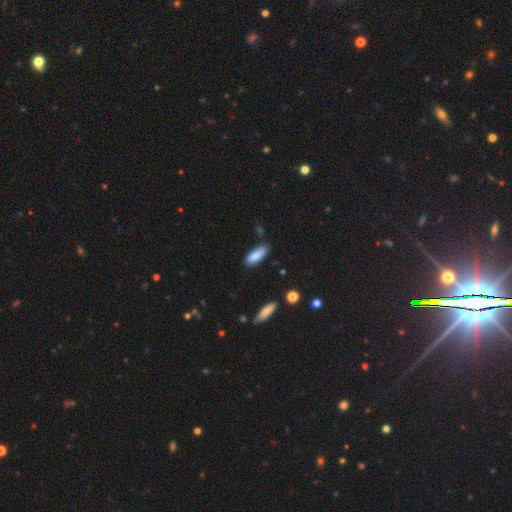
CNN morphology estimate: This is clearly a smooth galaxy (86%). How rounded: likely in between (65%). Merging: likely none (75%).